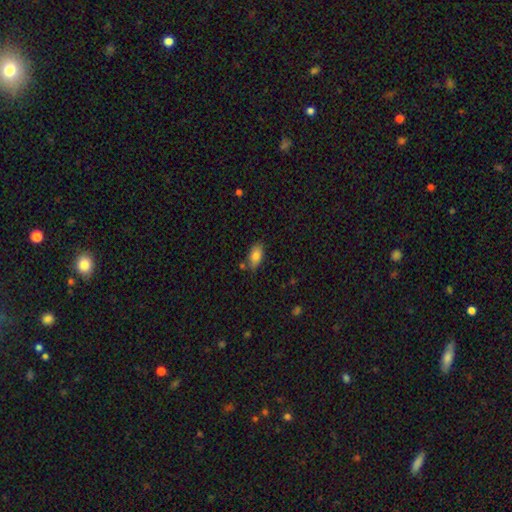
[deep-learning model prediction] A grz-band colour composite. It shows a smooth galaxy with no disk features (81%) that is in between round and cigar-shaped (89%). Merging: none (74%).